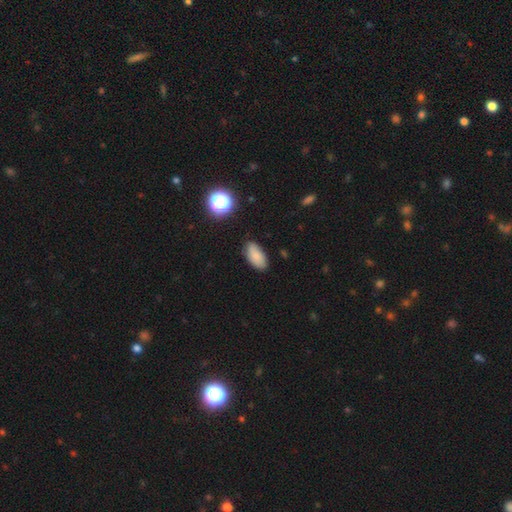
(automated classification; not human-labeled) This appears to be a smooth galaxy with no disk features (83%) that is in between round and cigar-shaped (91%). Merging: none (82%).